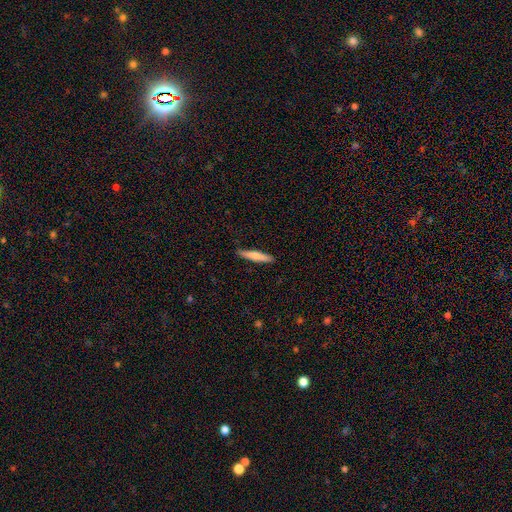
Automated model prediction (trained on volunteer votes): Smooth or featured? Predicted: smooth (p=0.71). How rounded? Predicted: cigar-shaped (p=0.90). Merging? Predicted: none (p=0.89).